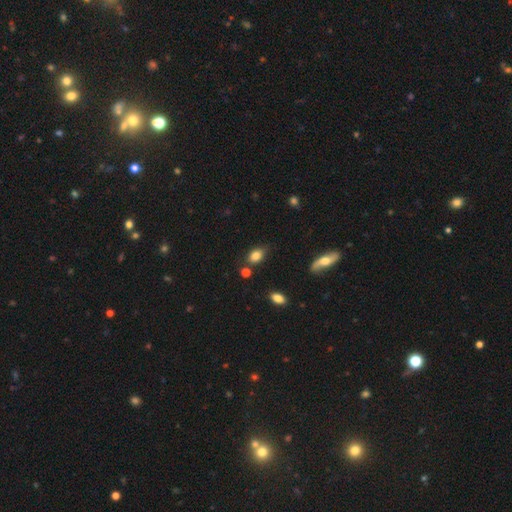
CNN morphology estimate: smooth-or-featured: smooth: 82% | star or artifact: 10% | featured or disk: 8%
  how-rounded: in between: 75% | round: 22% | cigar-shaped: 2%
  merging: none: 62% | minor disturbance: 24% | merger: 7% | major disturbance: 6%